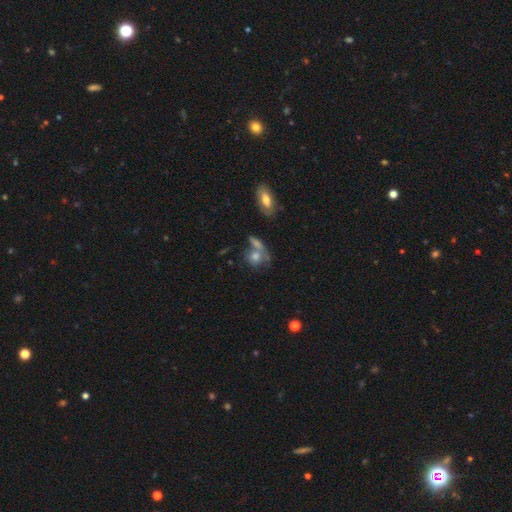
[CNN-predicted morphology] type=smooth (58%); roundness=round (63%); merging=none (42%).